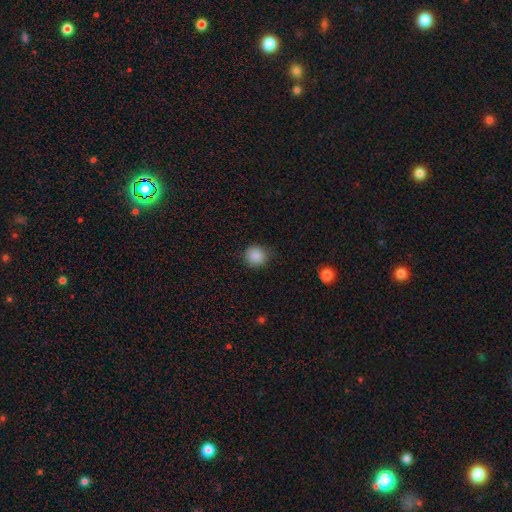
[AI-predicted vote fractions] This is clearly a smooth galaxy (88%). How rounded: clearly round (91%). Merging: clearly none (84%).